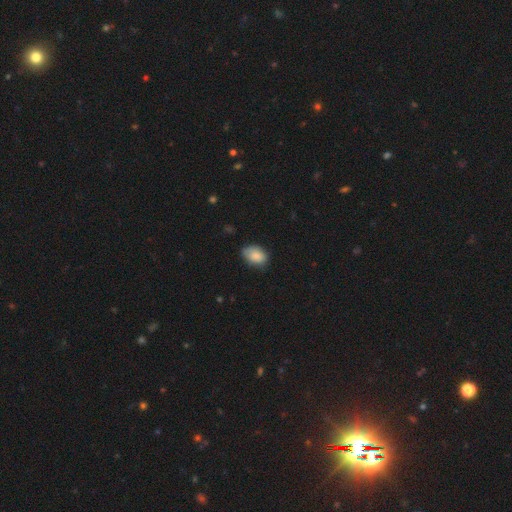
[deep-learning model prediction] Smooth or featured? smooth (84%)
How rounded? in between (85%)
Merging? none (69%)